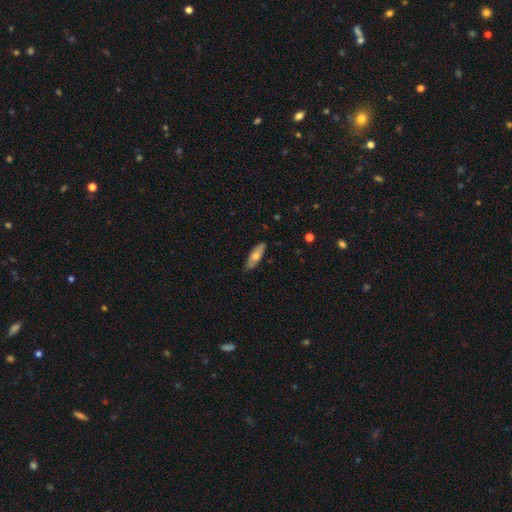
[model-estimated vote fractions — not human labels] Morphology: type=smooth (58%); roundness=in between (49%, tied with cigar-shaped); merging=none (85%).